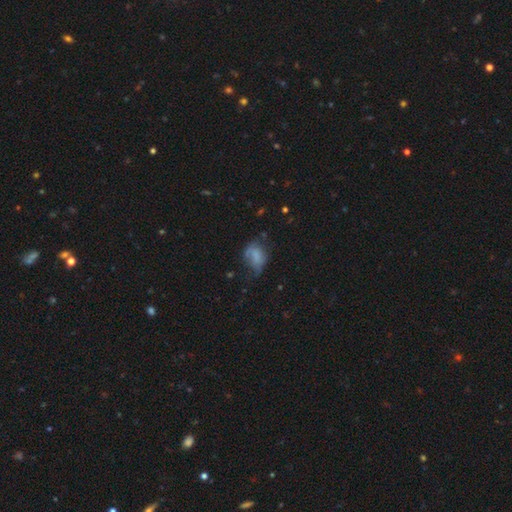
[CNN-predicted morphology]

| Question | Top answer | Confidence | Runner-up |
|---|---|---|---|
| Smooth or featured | smooth | 58% | featured or disk (30%) |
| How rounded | in between | 74% | round (24%) |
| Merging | major disturbance | 34% | minor disturbance (33%) |